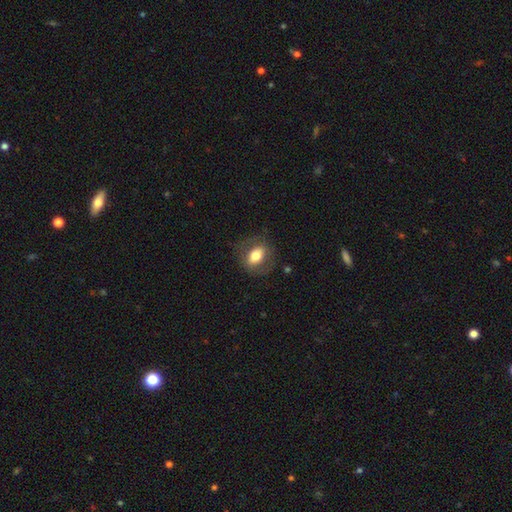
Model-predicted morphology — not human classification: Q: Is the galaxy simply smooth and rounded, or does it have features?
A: smooth — 61%.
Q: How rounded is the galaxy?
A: in between — 69%.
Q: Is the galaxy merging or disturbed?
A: none — 75%.